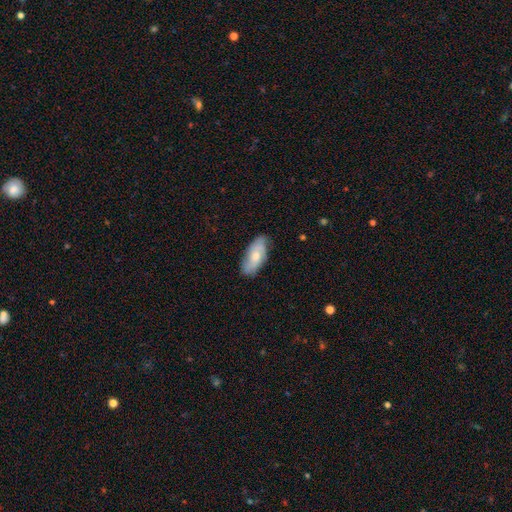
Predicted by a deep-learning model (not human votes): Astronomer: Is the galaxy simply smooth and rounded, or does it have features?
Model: smooth — 58% (runner-up: featured or disk, 36%).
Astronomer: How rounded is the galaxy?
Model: in between — 84%.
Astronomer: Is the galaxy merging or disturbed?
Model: none — 78%.